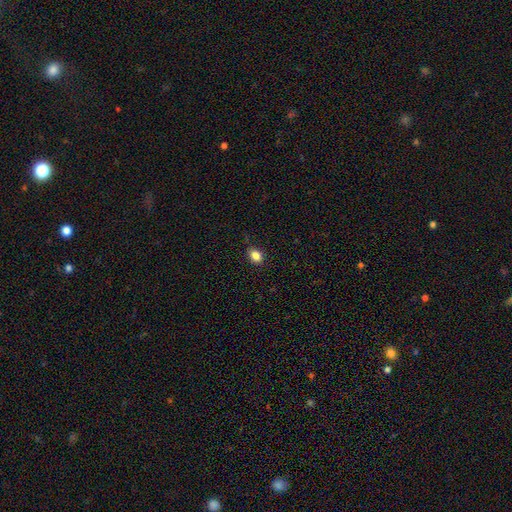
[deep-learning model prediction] Smooth or featured?
  - smooth: 85% *
  - star or artifact: 11%
  - featured or disk: 5%
How rounded?
  - in between: 59% *
  - round: 40%
  - cigar-shaped: 1%
Merging?
  - none: 83% *
  - minor disturbance: 13%
  - major disturbance: 3%
  - merger: 1%